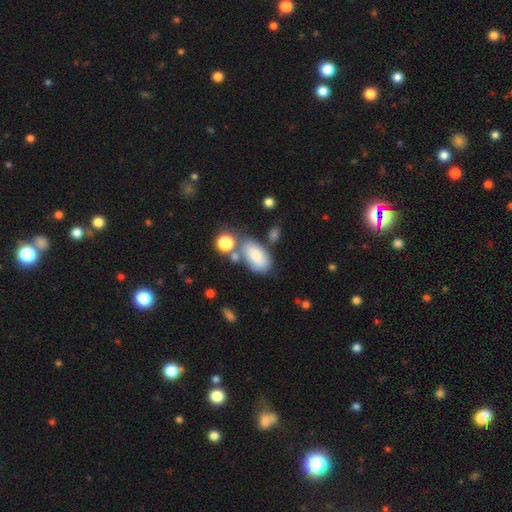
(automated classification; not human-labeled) Smooth or featured? Predicted: smooth (p=0.80). How rounded? Predicted: in between (p=0.92). Merging? Predicted: none (p=0.57).